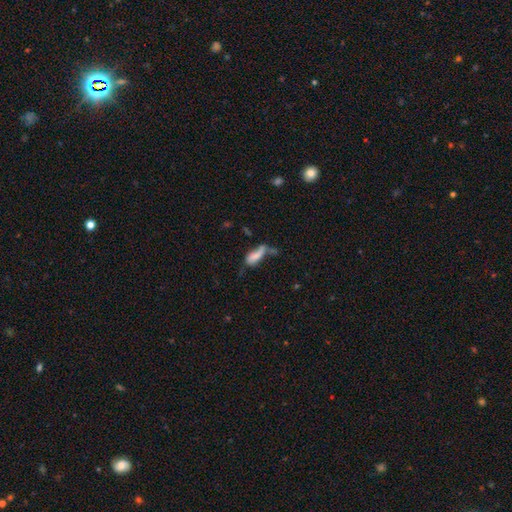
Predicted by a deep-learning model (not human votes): Overall: smooth (66%). How rounded: in between (71%). Merging: merger (29%; major disturbance 28%).